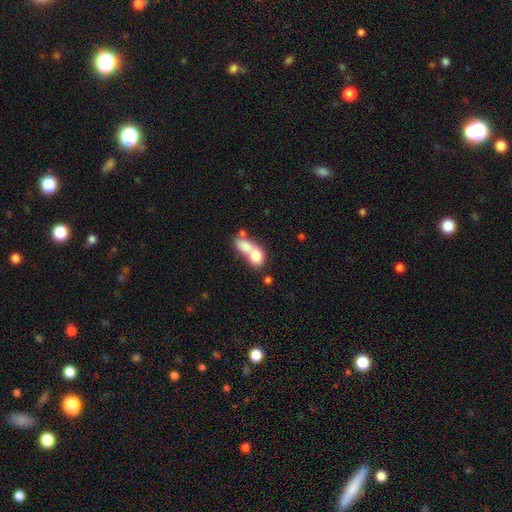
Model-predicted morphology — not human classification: Q: Smooth or featured?
A: smooth (73%); runner-up: featured or disk (19%)
Q: How rounded?
A: in between (65%); runner-up: round (29%)
Q: Merging?
A: merger (74%); runner-up: none (14%)